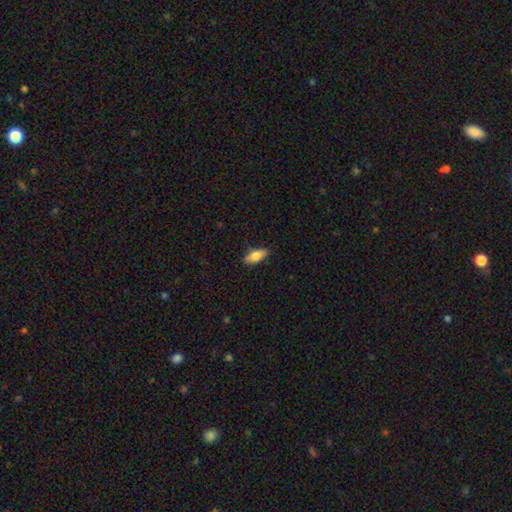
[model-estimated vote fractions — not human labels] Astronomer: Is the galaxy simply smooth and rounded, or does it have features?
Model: smooth — 77%.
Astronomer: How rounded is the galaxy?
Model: in between — 78%.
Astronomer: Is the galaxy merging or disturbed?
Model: none — 83%.